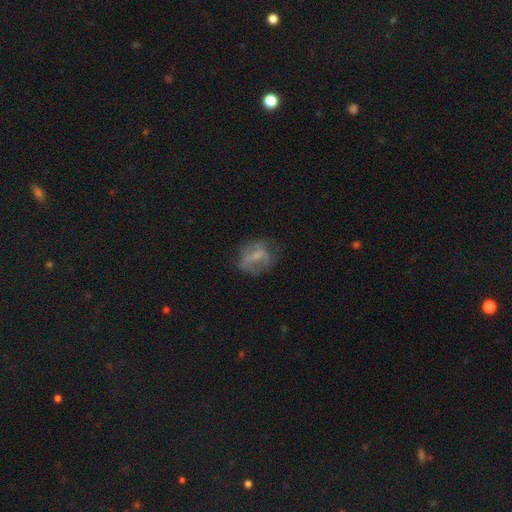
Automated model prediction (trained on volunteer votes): Smooth or featured: featured or disk — 55% (smooth — 35%)
Edge-on disk: no — 96% (yes — 4%)
Bar: weak — 45% (no — 34%)
Spiral arms: yes — 51% (no — 49%)
Bulge size: small — 53% (moderate — 26%)
Merging: none — 55% (minor disturbance — 24%)